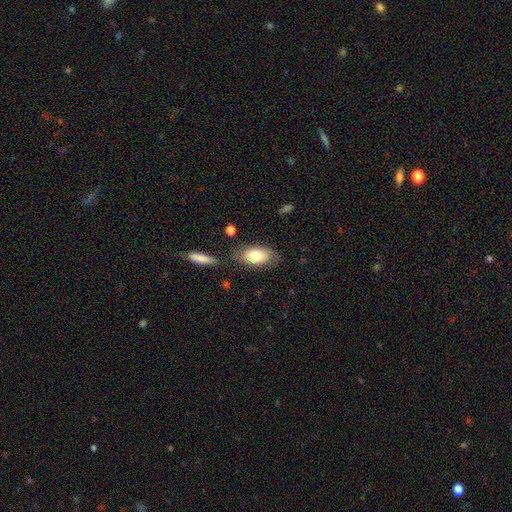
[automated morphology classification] A smooth galaxy with no disk features (74%) that is in between round and cigar-shaped (91%).

Vote fractions:
- Smooth or featured? smooth: 74% / featured or disk: 19% / star or artifact: 7%
- How rounded? in between: 91% / cigar-shaped: 5% / round: 4%
- Merging? none: 70% / minor disturbance: 19% / merger: 6% / major disturbance: 6%